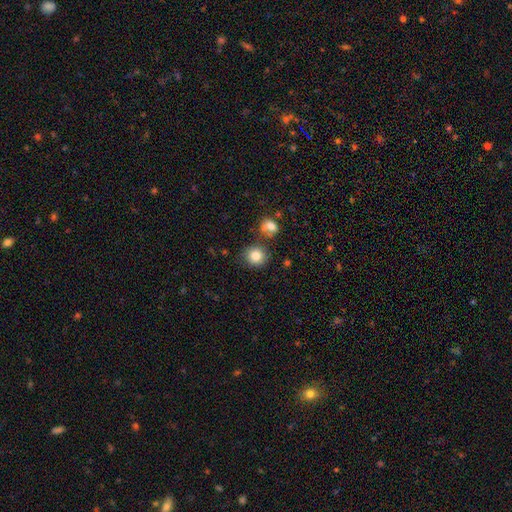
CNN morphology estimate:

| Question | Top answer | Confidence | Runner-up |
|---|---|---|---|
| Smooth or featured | smooth | 84% | star or artifact (10%) |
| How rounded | round | 86% | in between (13%) |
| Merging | none | 77% | minor disturbance (10%) |